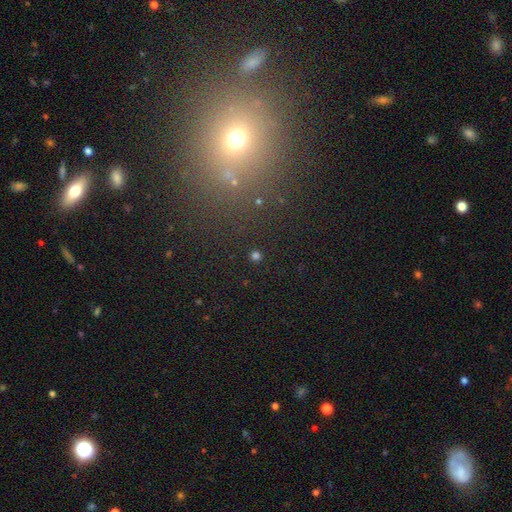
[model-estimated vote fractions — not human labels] The model was most divided on "smooth or featured": smooth: 77%, star or artifact: 19%, featured or disk: 4%. More confident: how rounded — round (94%); merging — none (92%).